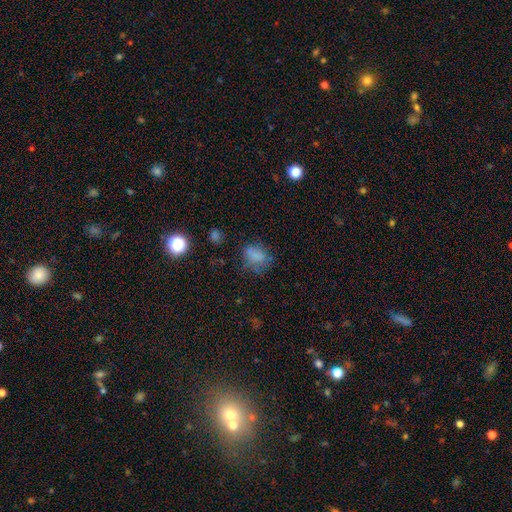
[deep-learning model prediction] This is likely a smooth galaxy (70%). How rounded: possibly in between (56%). Merging: possibly none (55%).